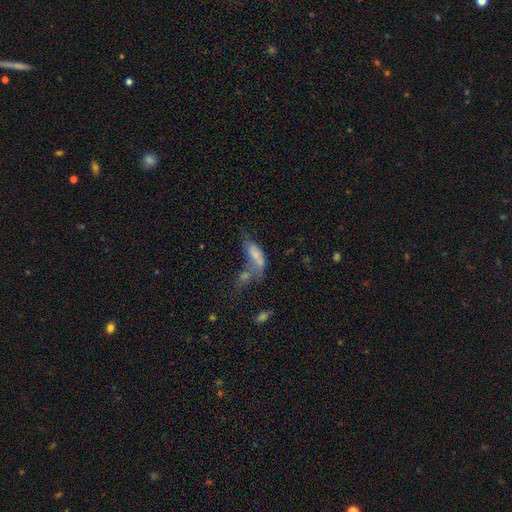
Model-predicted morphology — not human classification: A smooth galaxy with no disk features (64%) that is in between round and cigar-shaped (78%). Merging: merger (47%).